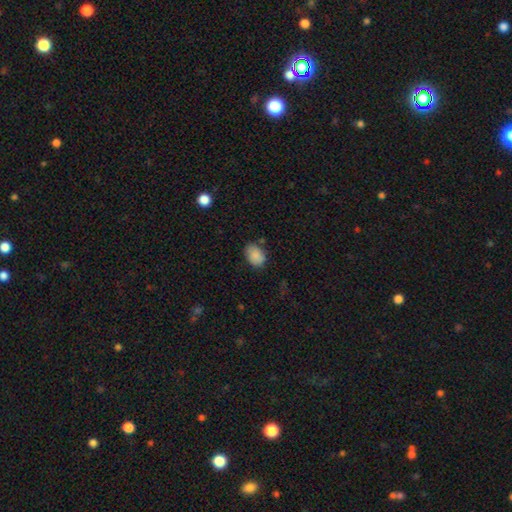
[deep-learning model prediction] Overall: smooth (87%). How rounded: in between (76%). Merging: none (72%).